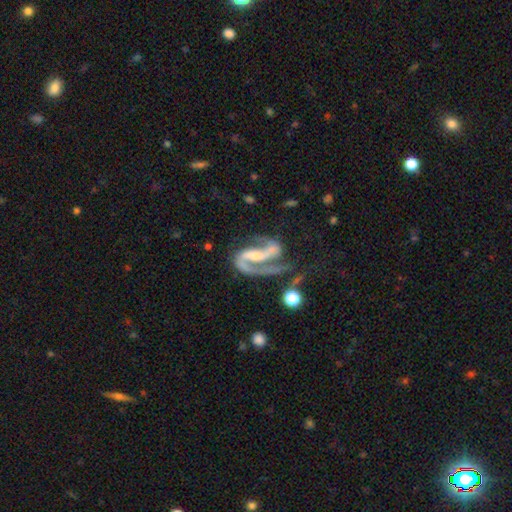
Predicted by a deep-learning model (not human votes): Smooth or featured? Predicted: featured or disk (p=0.91). Edge-on disk? Predicted: no (p=0.97). Bar? Predicted: strong (p=0.50). Spiral arms? Predicted: yes (p=0.97). Spiral winding? Predicted: medium (p=0.55). Spiral arm count? Predicted: 2 (p=0.85). Bulge size? Predicted: small (p=0.43). Merging? Predicted: none (p=0.46).